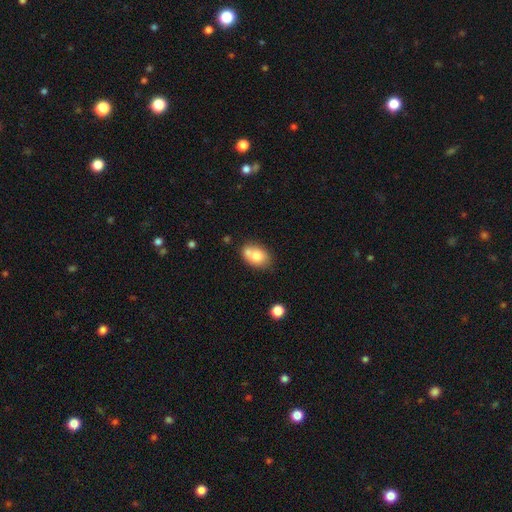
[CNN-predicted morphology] smooth 75%, featured or disk 17%, star or artifact 8%. Down the decision tree: how rounded — in between (76%); merging — none (49%).